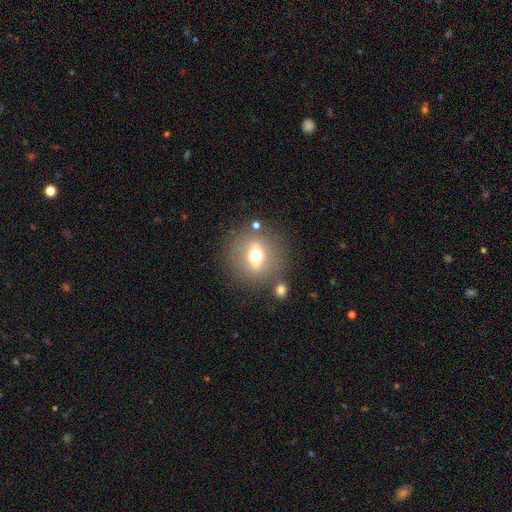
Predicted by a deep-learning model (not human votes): A smooth galaxy with no disk features (51%) that is round (80%).

Vote fractions:
- Smooth or featured? smooth: 51% / featured or disk: 38% / star or artifact: 11%
- How rounded? round: 80% / in between: 18% / cigar-shaped: 2%
- Merging? none: 78% / minor disturbance: 10% / merger: 6% / major disturbance: 5%